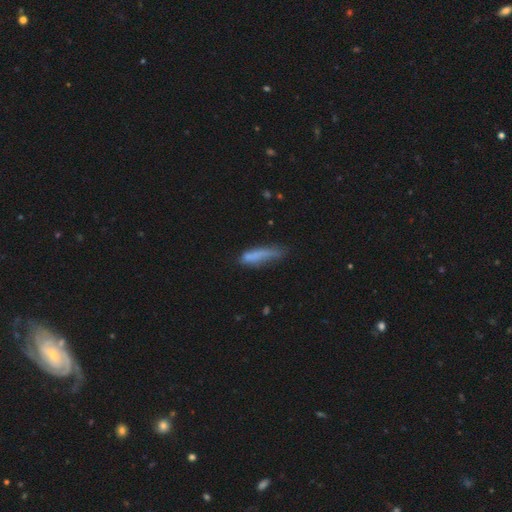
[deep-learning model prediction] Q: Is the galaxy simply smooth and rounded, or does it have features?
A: smooth — 70%.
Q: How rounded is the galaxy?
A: cigar-shaped — 73%.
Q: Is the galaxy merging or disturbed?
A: none — 42%.